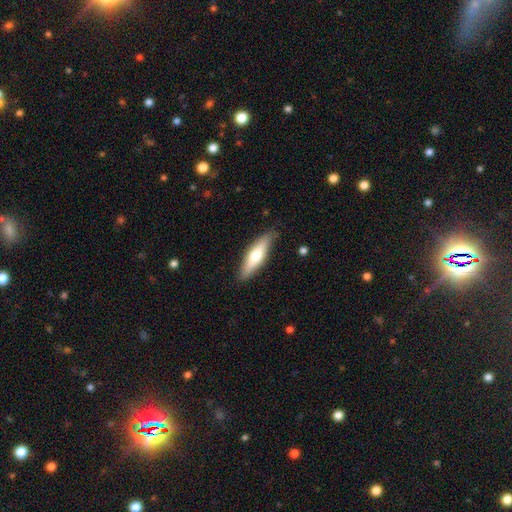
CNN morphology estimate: This is possibly a smooth galaxy (54%). How rounded: likely cigar-shaped (67%). Merging: clearly none (86%).